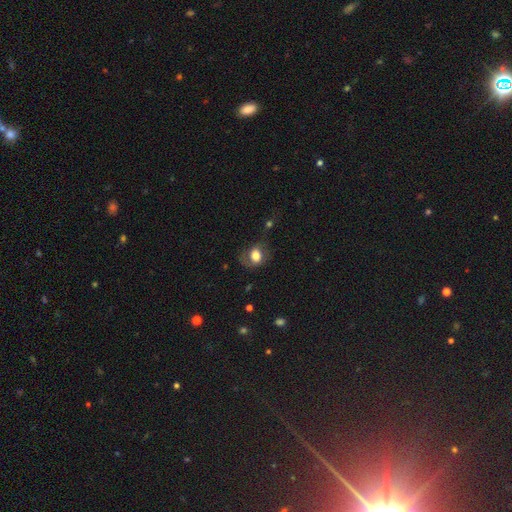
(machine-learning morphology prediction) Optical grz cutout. It shows a smooth galaxy with no disk features (72%) that is in between round and cigar-shaped (60%). Merging: none (45%).